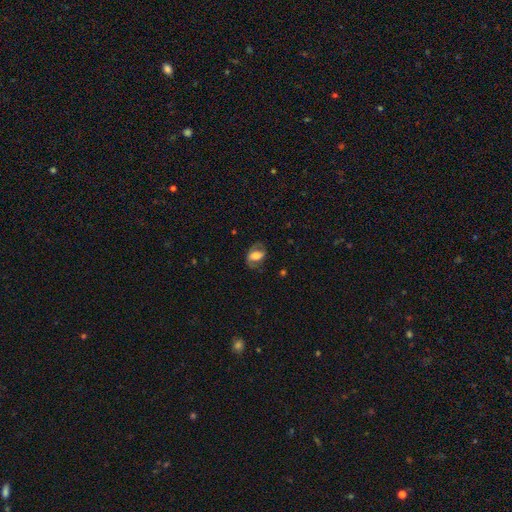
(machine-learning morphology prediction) smooth_or_featured: smooth (p=0.48) [alt: featured or disk p=0.44]
merging: none (p=0.63) [alt: minor disturbance p=0.21]